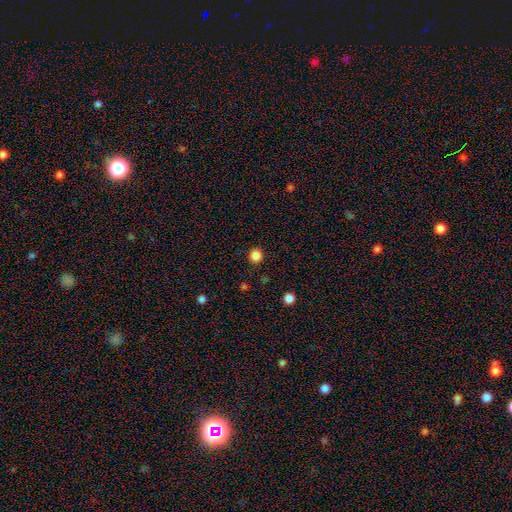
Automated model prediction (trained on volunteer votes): A smooth galaxy with no disk features (84%) that is round (92%).

Vote fractions:
- Smooth or featured? smooth: 84% / star or artifact: 12% / featured or disk: 3%
- How rounded? round: 92% / in between: 7% / cigar-shaped: 1%
- Merging? none: 92% / minor disturbance: 5% / major disturbance: 2% / merger: 1%